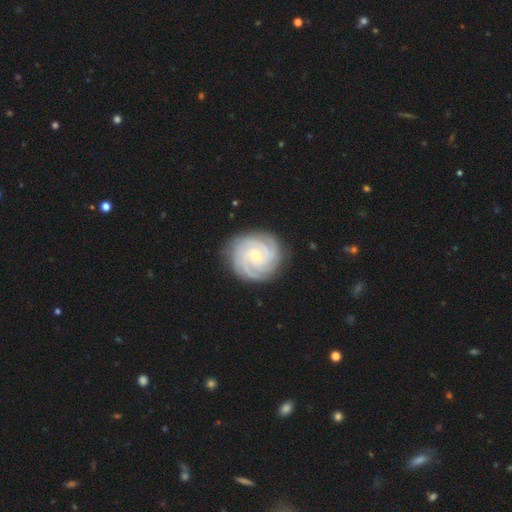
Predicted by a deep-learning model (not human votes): The model was most divided on "spiral arm count": 4: 31%, 3: 29%, can't tell: 13%, more than 4: 11%, 2: 10%, 1: 7%. More confident: spiral arms — yes (99%); edge-on disk — no (98%); smooth or featured — featured or disk (91%); merging — none (85%); spiral winding — tight (85%); bar — no (70%); bulge size — small (66%).